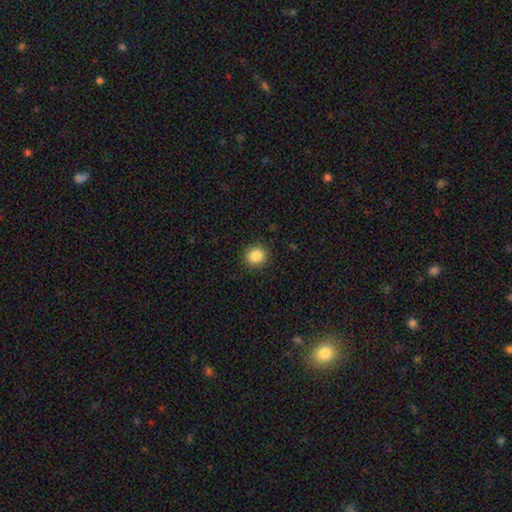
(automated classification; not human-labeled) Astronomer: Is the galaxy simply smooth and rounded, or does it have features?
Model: smooth — 86%.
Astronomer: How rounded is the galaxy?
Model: round — 84%.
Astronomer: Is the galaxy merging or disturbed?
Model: none — 90%.